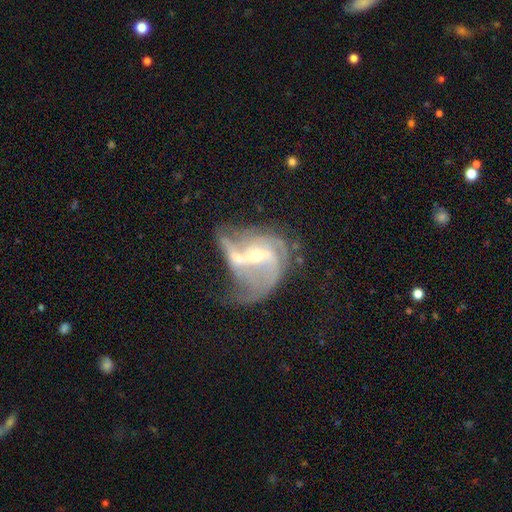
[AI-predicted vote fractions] A featured or disk galaxy (84%) with a weak bar (42%), 2 (44%) loose (43%) spiral arms (91%) and a small central bulge (53%).

Vote fractions:
- Smooth or featured? featured or disk: 84% / smooth: 8% / star or artifact: 8%
- Edge-on disk? no: 97% / yes: 3%
- Bar? weak: 42% / no: 34% / strong: 24%
- Spiral arms? yes: 91% / no: 9%
- Spiral winding? loose: 43% / medium: 40% / tight: 17%
- Spiral arm count? 2: 44% / 3: 22% / can't tell: 19% / 1: 6% / 4: 5% / more than 4: 4%
- Bulge size? small: 53% / moderate: 43% / large: 2% / none: 2% / dominant: 1%
- Merging? merger: 36% / major disturbance: 26% / none: 23% / minor disturbance: 15%